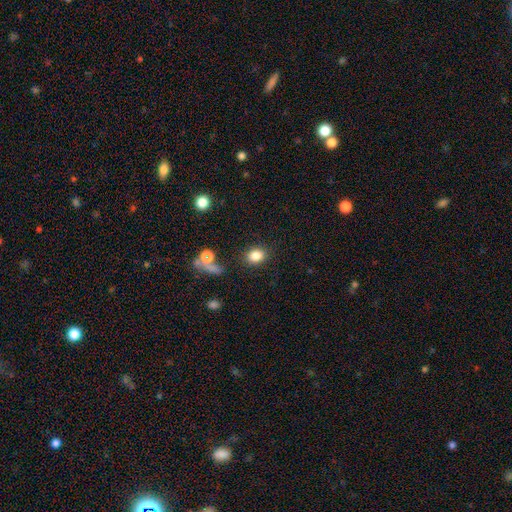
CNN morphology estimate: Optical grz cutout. It shows a smooth galaxy with no disk features (82%) that is in between round and cigar-shaped (50%). Merging: none (82%).